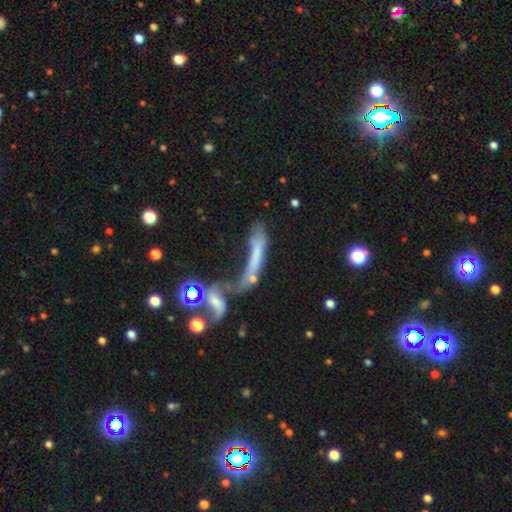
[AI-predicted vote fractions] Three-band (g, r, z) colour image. It shows a smooth galaxy with no disk features (44%). Merging: merger (54%).